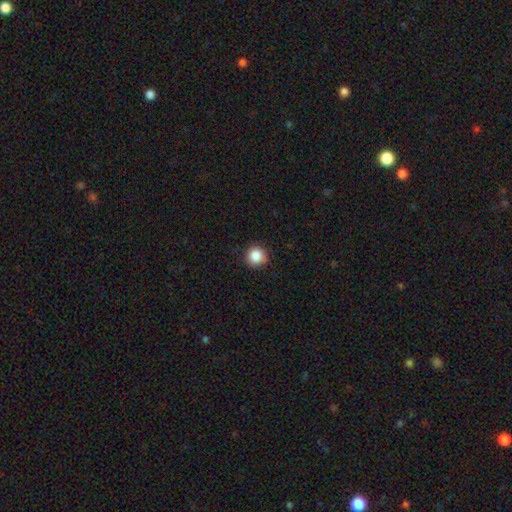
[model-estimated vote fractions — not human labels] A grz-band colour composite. It shows a smooth galaxy with no disk features (86%) that is round (94%). Merging: none (88%).